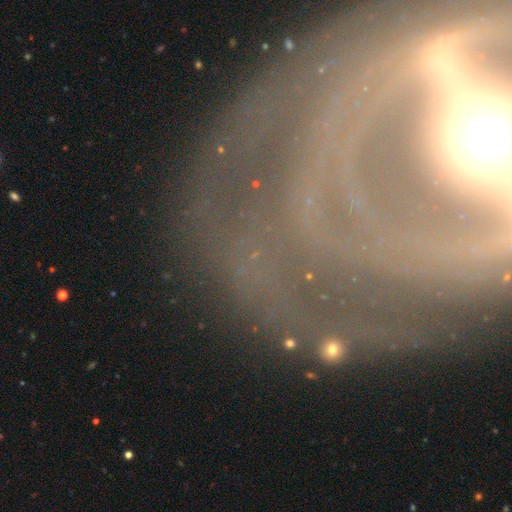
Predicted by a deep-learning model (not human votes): Smooth or featured: featured or disk — 66% (star or artifact — 20%)
Edge-on disk: no — 90% (yes — 10%)
Bar: strong — 40% (no — 31%)
Spiral arms: yes — 81% (no — 19%)
Bulge size: small — 41% (moderate — 40%)
Merging: none — 73% (minor disturbance — 14%)